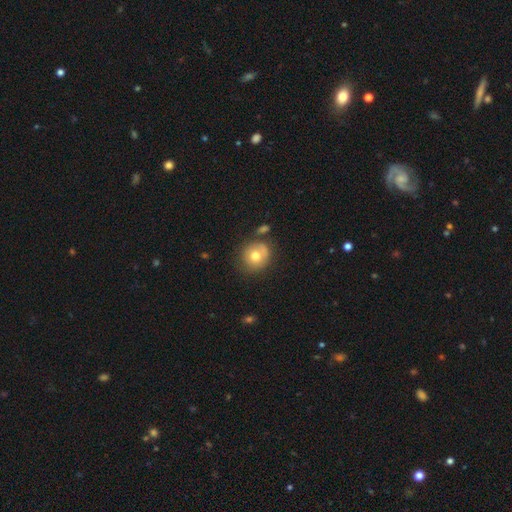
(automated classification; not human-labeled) Smooth or featured: smooth — 72% (featured or disk — 19%)
How rounded: round — 86% (in between — 13%)
Merging: none — 64% (minor disturbance — 20%)